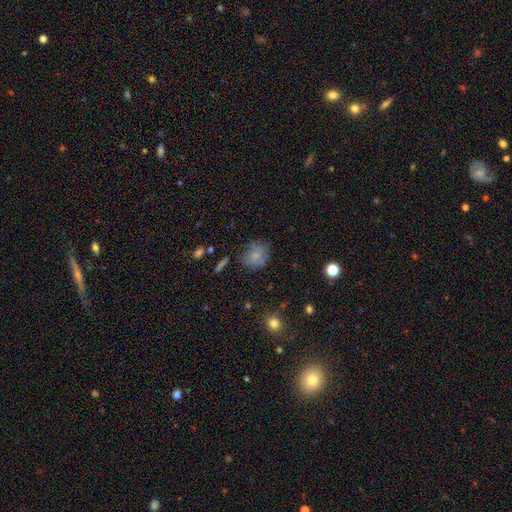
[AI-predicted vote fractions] Smooth or featured: smooth — 73% (featured or disk — 15%)
How rounded: round — 66% (in between — 33%)
Merging: none — 66% (minor disturbance — 22%)